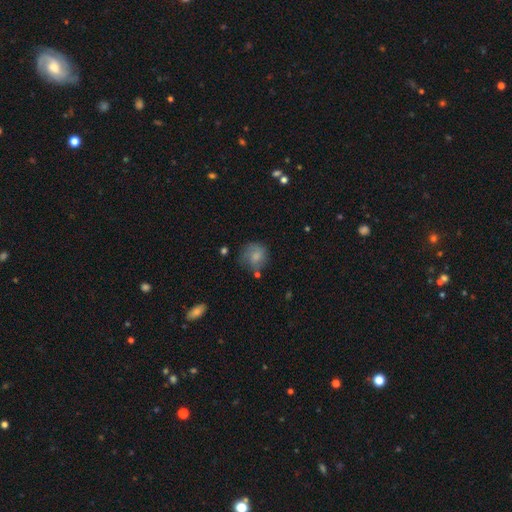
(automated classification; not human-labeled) A smooth galaxy with no disk features (75%) that is round (81%).

Vote fractions:
- Smooth or featured? smooth: 75% / featured or disk: 16% / star or artifact: 9%
- How rounded? round: 81% / in between: 18% / cigar-shaped: 1%
- Merging? none: 56% / minor disturbance: 27% / major disturbance: 11% / merger: 6%